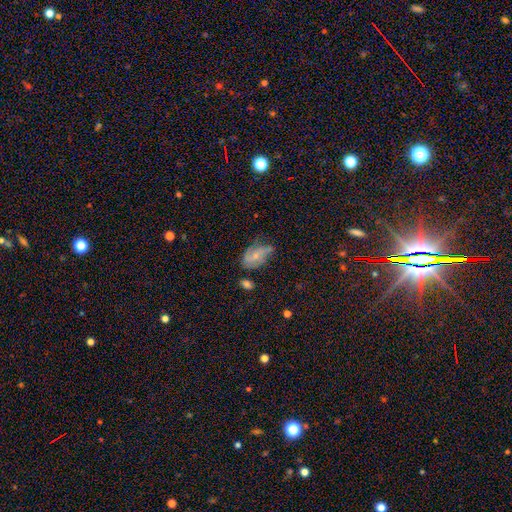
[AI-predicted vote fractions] smooth 45%, featured or disk 44%, star or artifact 11%. Down the decision tree: merging — none (39%).